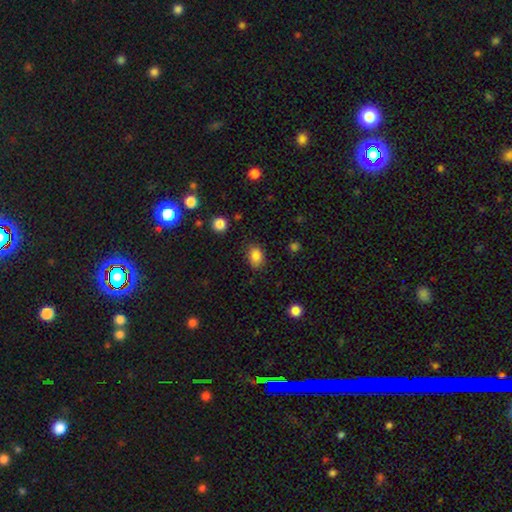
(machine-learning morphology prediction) smooth-or-featured: smooth: 85% | star or artifact: 10% | featured or disk: 4%
  how-rounded: in between: 71% | round: 28% | cigar-shaped: 1%
  merging: none: 79% | minor disturbance: 16% | major disturbance: 4% | merger: 2%